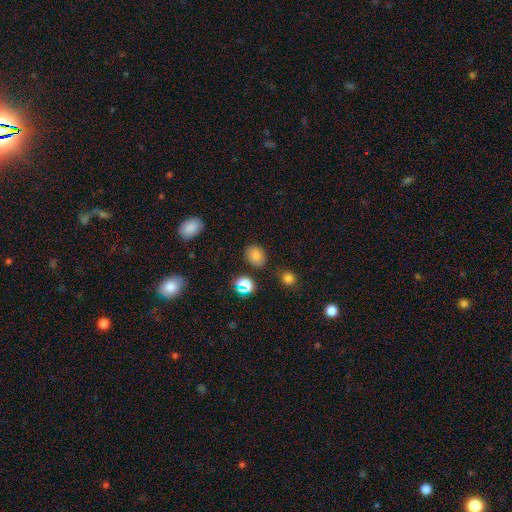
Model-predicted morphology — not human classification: Smooth or featured: smooth — 75% (star or artifact — 17%)
How rounded: in between — 55% (round — 44%)
Merging: none — 82% (minor disturbance — 12%)